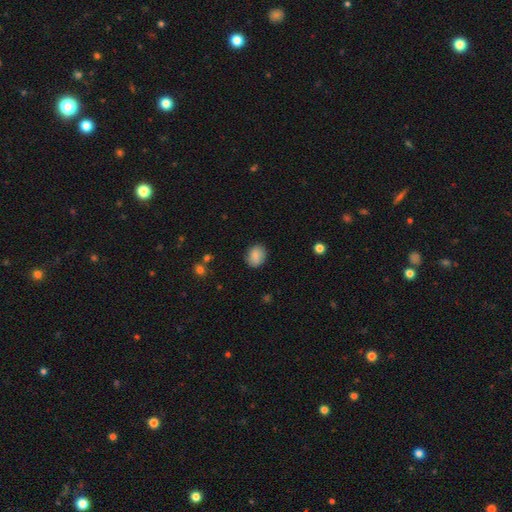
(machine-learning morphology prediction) Smooth or featured? Predicted: smooth (p=0.85). How rounded? Predicted: in between (p=0.54). Merging? Predicted: none (p=0.84).